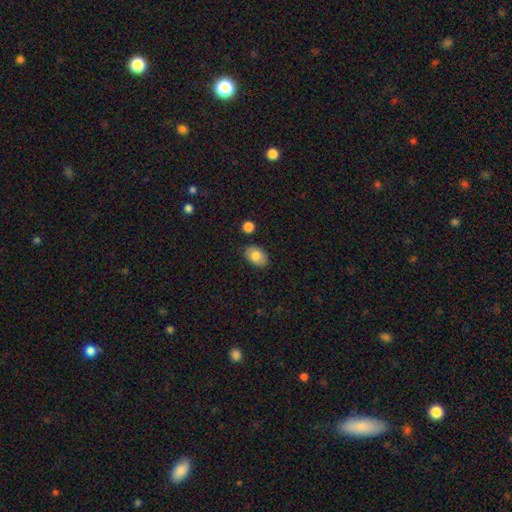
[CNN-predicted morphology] Smooth or featured? smooth (81%)
How rounded? in between (87%)
Merging? none (83%)